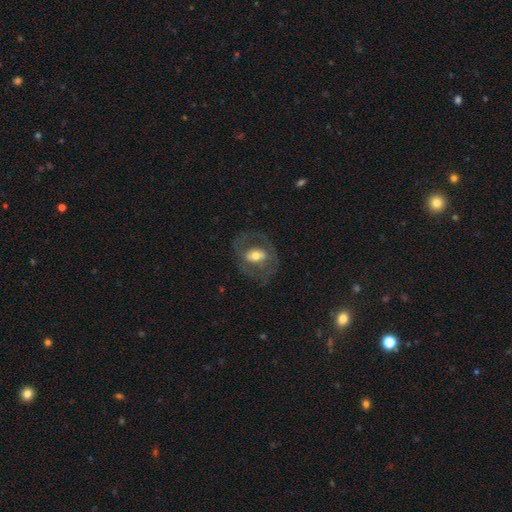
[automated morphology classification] Smooth or featured?
  - featured or disk: 59% *
  - smooth: 34%
  - star or artifact: 7%
Edge-on disk?
  - no: 94% *
  - yes: 6%
Bar?
  - no: 54% *
  - weak: 29%
  - strong: 17%
Spiral arms?
  - no: 59% *
  - yes: 41%
Bulge size?
  - moderate: 66% *
  - small: 17%
  - large: 14%
  - dominant: 2%
  - none: 1%
Merging?
  - none: 63% *
  - major disturbance: 18%
  - minor disturbance: 17%
  - merger: 2%